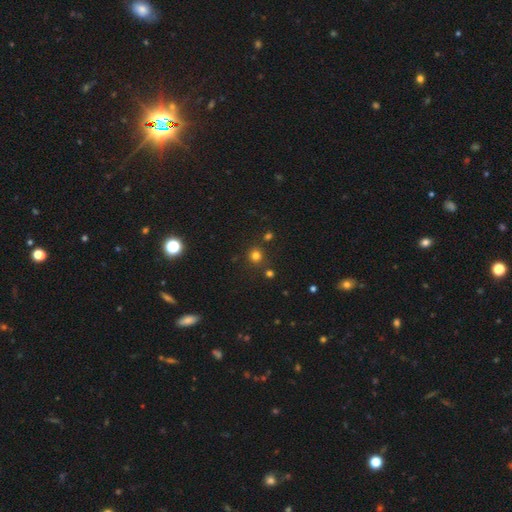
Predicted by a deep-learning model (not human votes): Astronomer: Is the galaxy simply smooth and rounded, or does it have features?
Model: smooth — 75%.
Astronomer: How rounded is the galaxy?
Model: round — 91%.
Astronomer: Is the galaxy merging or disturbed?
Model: none — 82%.